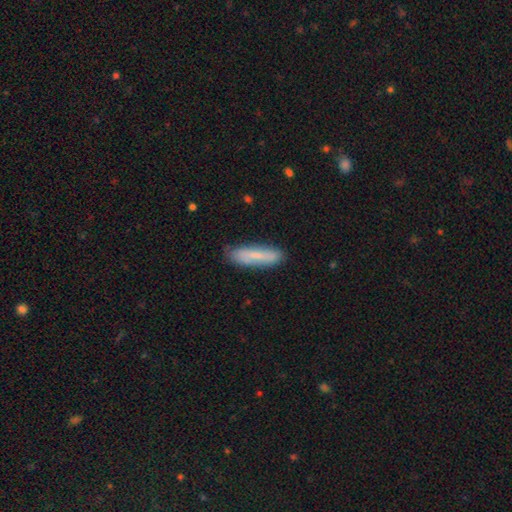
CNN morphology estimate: type=smooth (70%); roundness=cigar-shaped (70%); merging=none (80%).